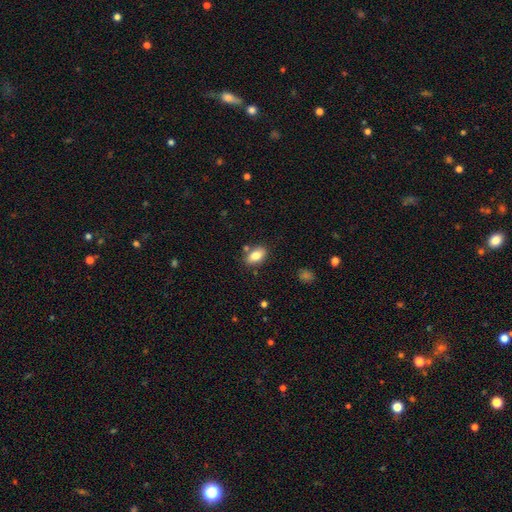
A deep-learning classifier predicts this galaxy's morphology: A smooth galaxy with no disk features (82%) that is in between round and cigar-shaped (90%).

Vote fractions:
- Smooth or featured? smooth: 82% / featured or disk: 10% / star or artifact: 8%
- How rounded? in between: 90% / round: 7% / cigar-shaped: 3%
- Merging? none: 78% / minor disturbance: 13% / merger: 7% / major disturbance: 3%